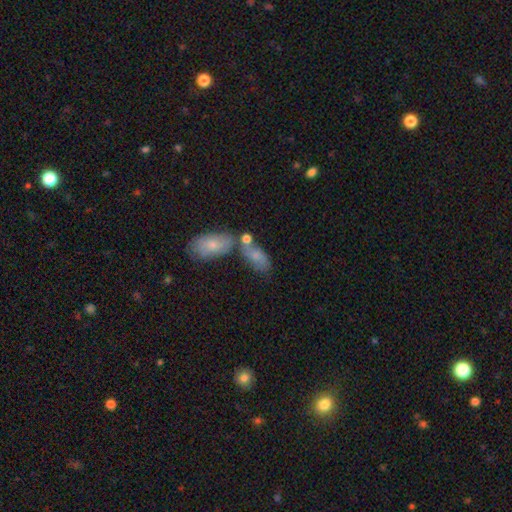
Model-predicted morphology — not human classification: Q: Smooth or featured?
A: smooth (65%); runner-up: featured or disk (26%)
Q: How rounded?
A: in between (84%); runner-up: cigar-shaped (10%)
Q: Merging?
A: none (38%); tied with: merger (38%)